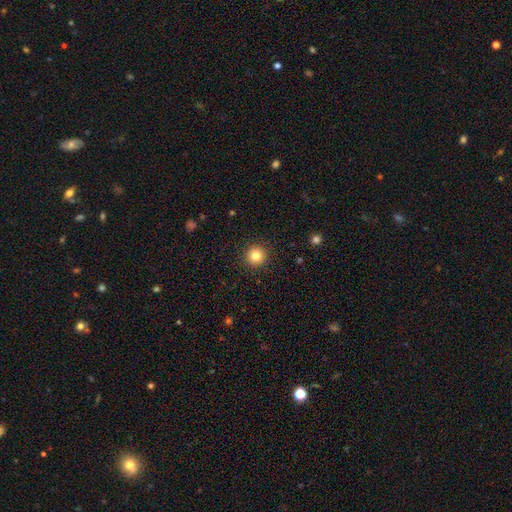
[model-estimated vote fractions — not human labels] A smooth galaxy with no disk features (82%) that is round (95%).

Vote fractions:
- Smooth or featured? smooth: 82% / star or artifact: 11% / featured or disk: 6%
- How rounded? round: 95% / in between: 4% / cigar-shaped: 1%
- Merging? none: 92% / minor disturbance: 5% / major disturbance: 2% / merger: 1%